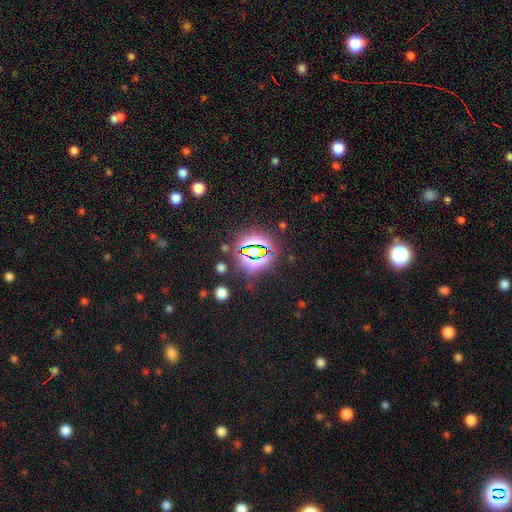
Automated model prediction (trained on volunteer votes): Smooth or featured? star or artifact (81%)